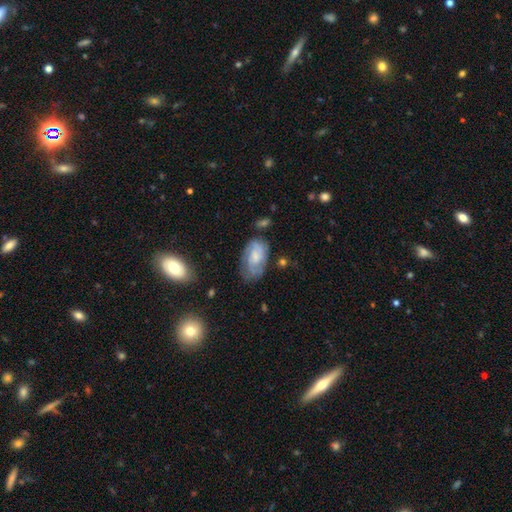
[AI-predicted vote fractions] Morphology: type=featured or disk (53%); edge-on=no (96%); bar=no (65%); spiral arms=yes (79%); bulge=small (47%); merging=none (56%).